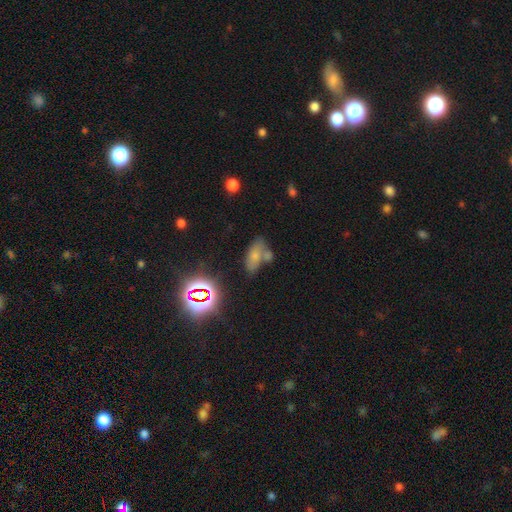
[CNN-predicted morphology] type=smooth (62%); roundness=in between (82%); merging=none (49%).